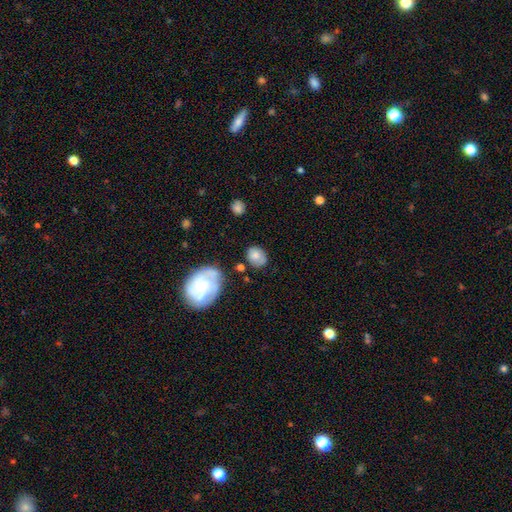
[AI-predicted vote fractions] The model was most divided on "how rounded": round: 51%, in between: 48%, cigar-shaped: 1%. More confident: smooth or featured — smooth (73%); merging — none (66%).